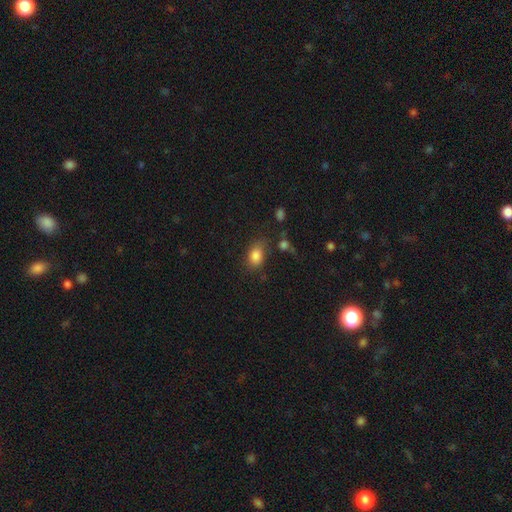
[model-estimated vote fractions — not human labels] Morphology: type=smooth (84%); roundness=in between (76%); merging=none (64%).